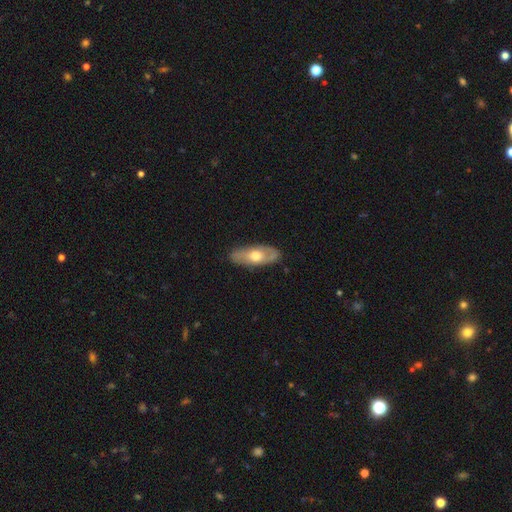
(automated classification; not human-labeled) Smooth or featured? featured or disk (54%)
Edge-on disk? no (75%)
Merging? none (82%)